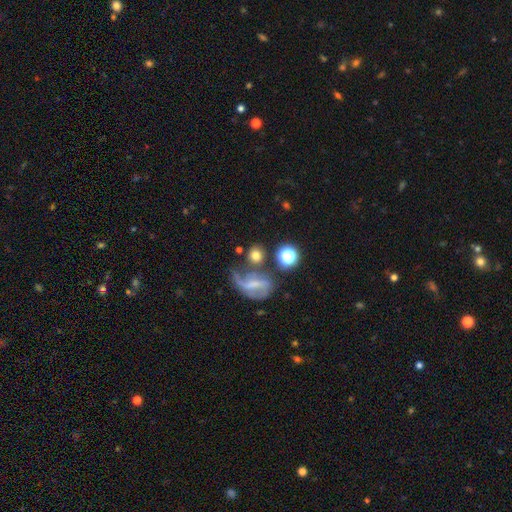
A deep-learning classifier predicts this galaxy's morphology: type=smooth (62%); roundness=round (78%); merging=none (55%).